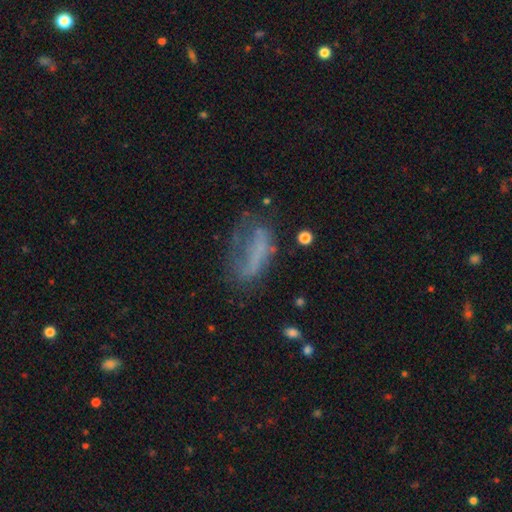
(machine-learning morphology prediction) Overall: featured or disk (45%; smooth 41%). Merging: major disturbance (36%; none 35%).